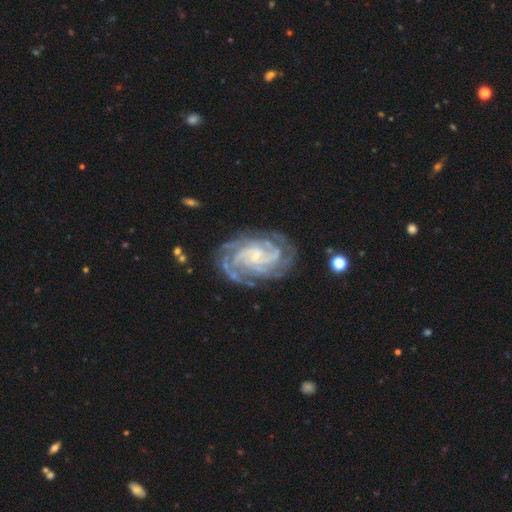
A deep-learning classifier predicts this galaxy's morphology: smooth_or_featured: featured or disk (p=0.91) [alt: star or artifact p=0.05]
disk_edge_on: no (p=0.97) [alt: yes p=0.03]
bar: no (p=0.55) [alt: weak p=0.34]
has_spiral_arms: yes (p=0.98) [alt: no p=0.02]
spiral_winding: tight (p=0.68) [alt: medium p=0.28]
spiral_arm_count: 4 (p=0.23) [tied with: 3 p=0.23]
bulge_size: small (p=0.73) [alt: moderate p=0.16]
merging: none (p=0.77) [alt: minor disturbance p=0.15]